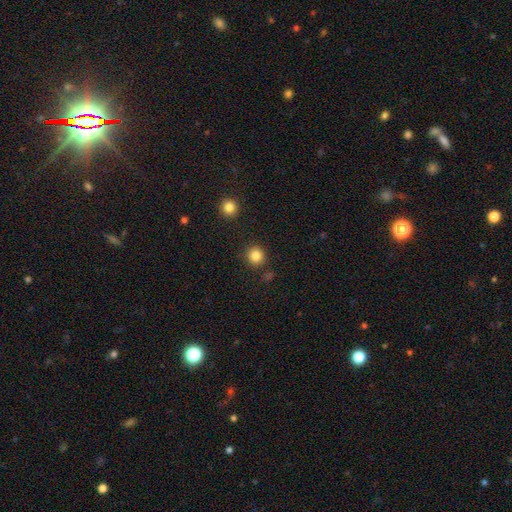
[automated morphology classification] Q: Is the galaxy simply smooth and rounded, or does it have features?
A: smooth — 85%.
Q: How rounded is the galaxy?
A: round — 91%.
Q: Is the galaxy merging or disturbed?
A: none — 88%.